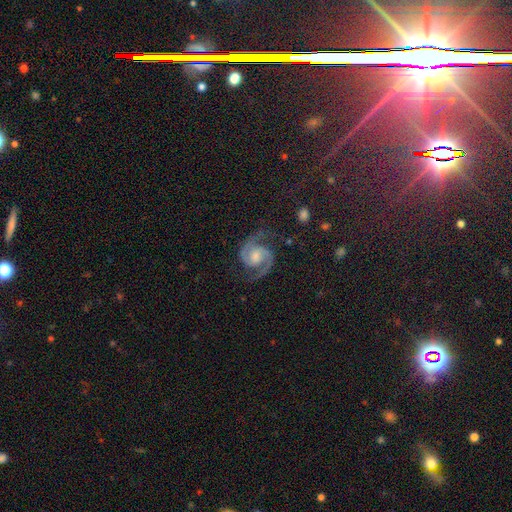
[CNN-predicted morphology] Q: Smooth or featured?
A: featured or disk (93%); runner-up: star or artifact (4%)
Q: Edge-on disk?
A: no (98%); runner-up: yes (2%)
Q: Bar?
A: no (57%); runner-up: weak (35%)
Q: Spiral arms?
A: yes (99%); runner-up: no (1%)
Q: Spiral winding?
A: medium (60%); runner-up: tight (29%)
Q: Spiral arm count?
A: 2 (94%); runner-up: can't tell (1%)
Q: Bulge size?
A: moderate (46%); runner-up: small (35%)
Q: Merging?
A: none (79%); runner-up: minor disturbance (14%)